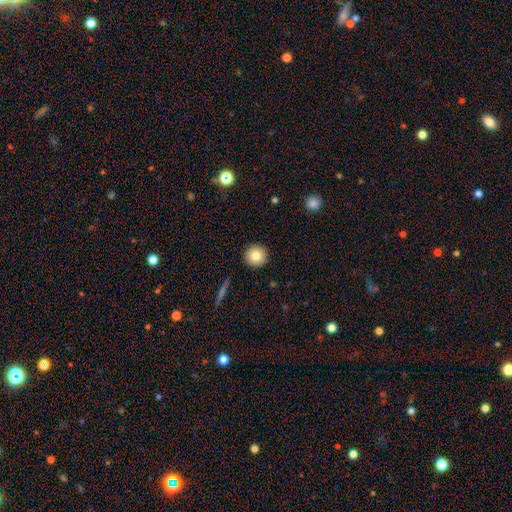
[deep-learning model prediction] Smooth or featured: smooth — 80% (featured or disk — 10%)
How rounded: round — 95% (in between — 4%)
Merging: none — 92% (minor disturbance — 5%)